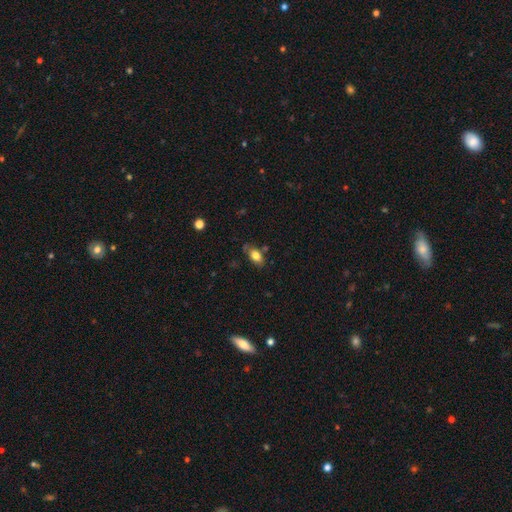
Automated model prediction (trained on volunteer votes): smooth 78%, featured or disk 13%, star or artifact 8%. Down the decision tree: how rounded — in between (88%); merging — none (72%).